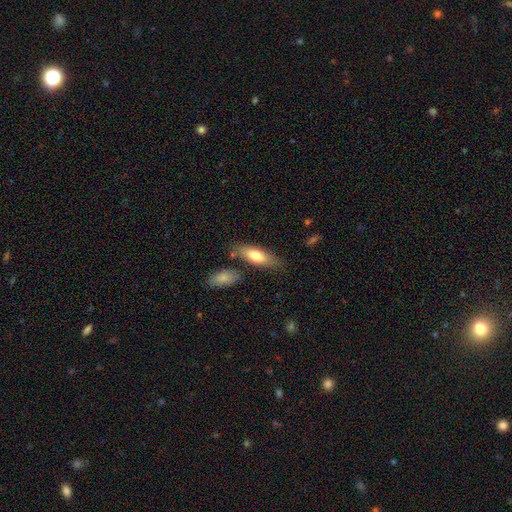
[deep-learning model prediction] Overall: smooth (73%). How rounded: in between (63%; cigar-shaped 34%). Merging: none (75%).